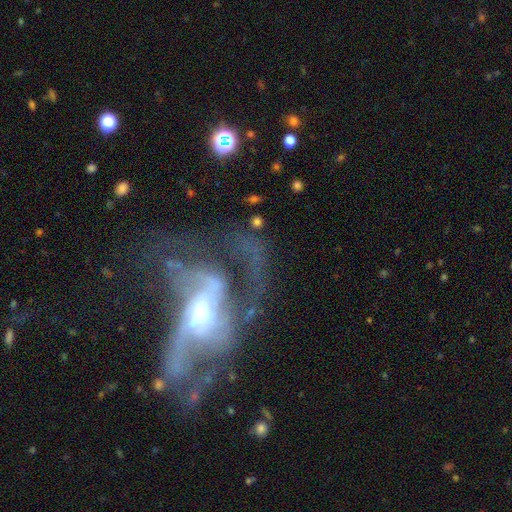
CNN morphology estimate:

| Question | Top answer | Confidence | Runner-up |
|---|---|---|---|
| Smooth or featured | featured or disk | 79% | smooth (11%) |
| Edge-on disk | no | 95% | yes (5%) |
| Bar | weak | 39% | tied: no (39%) |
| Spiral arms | yes | 80% | no (20%) |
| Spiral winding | loose | 50% | medium (37%) |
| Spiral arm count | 2 | 35% | can't tell (23%) |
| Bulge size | moderate | 63% | small (20%) |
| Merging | major disturbance | 50% | none (25%) |